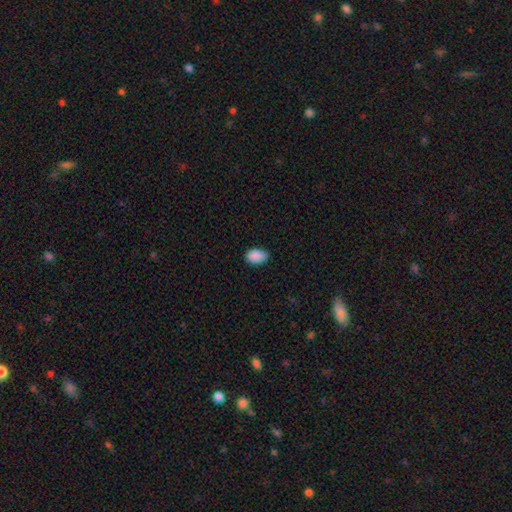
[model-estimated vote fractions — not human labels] Overall: smooth (89%). How rounded: in between (88%). Merging: none (69%).